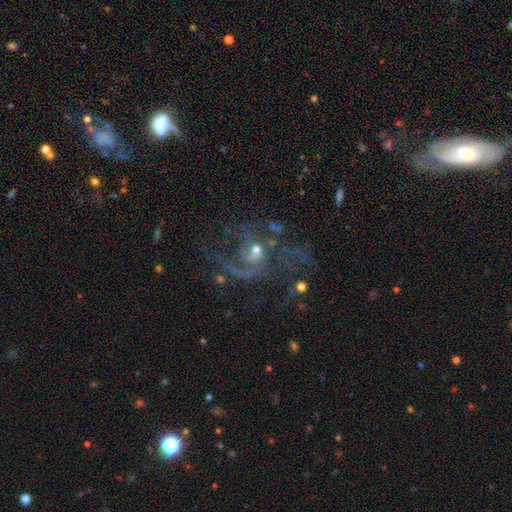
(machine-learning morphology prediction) This appears to be a featured or disk galaxy (77%) with no bar (66%), 2 (39%) medium (44%) spiral arms (85%) and a small central bulge (48%). Merging: none (46%).